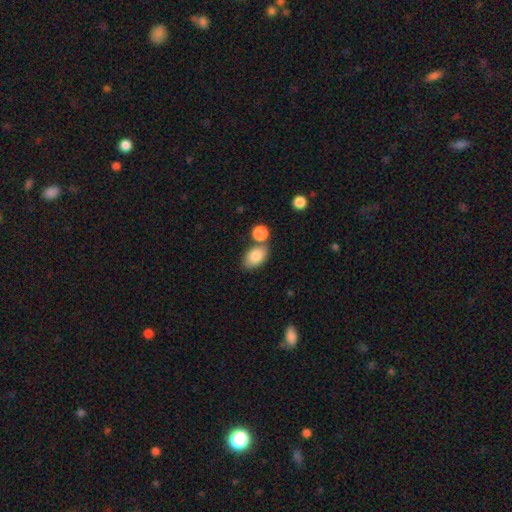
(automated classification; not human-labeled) This appears to be a smooth galaxy with no disk features (84%) that is in between round and cigar-shaped (88%). Merging: none (63%).